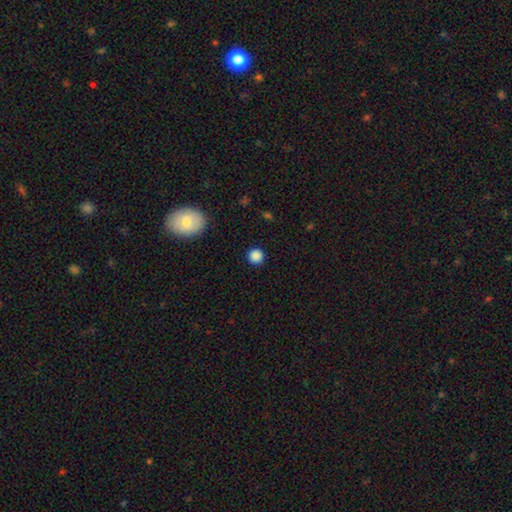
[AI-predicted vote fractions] Overall: smooth (86%). How rounded: round (94%). Merging: none (90%).